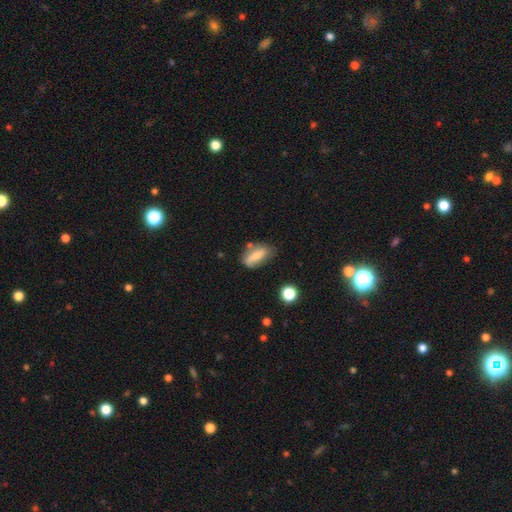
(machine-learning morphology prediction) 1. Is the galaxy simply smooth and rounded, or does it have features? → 64% smooth, 27% featured or disk, 8% star or artifact.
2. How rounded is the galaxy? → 78% in between, 17% cigar-shaped, 5% round.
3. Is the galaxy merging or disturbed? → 58% none, 27% minor disturbance, 8% major disturbance, 7% merger.